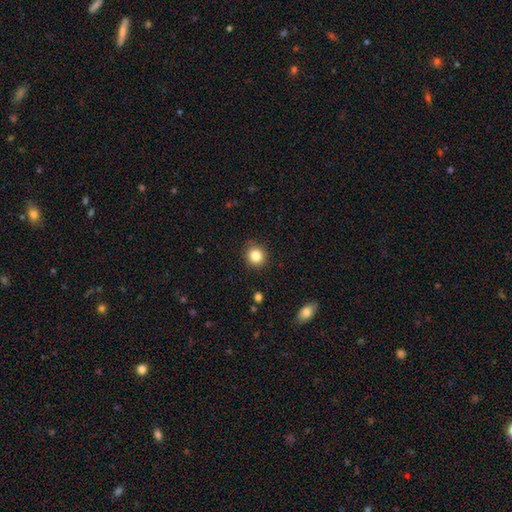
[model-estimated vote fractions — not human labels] Q: Smooth or featured?
A: smooth (84%); runner-up: star or artifact (11%)
Q: How rounded?
A: round (87%); runner-up: in between (12%)
Q: Merging?
A: none (88%); runner-up: minor disturbance (9%)